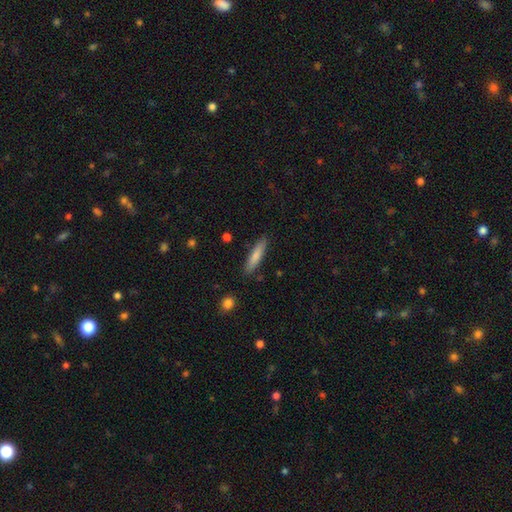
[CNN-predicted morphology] smooth-or-featured: smooth: 80% | featured or disk: 15% | star or artifact: 6%
  how-rounded: cigar-shaped: 81% | in between: 17% | round: 1%
  merging: none: 87% | minor disturbance: 9% | major disturbance: 2% | merger: 2%